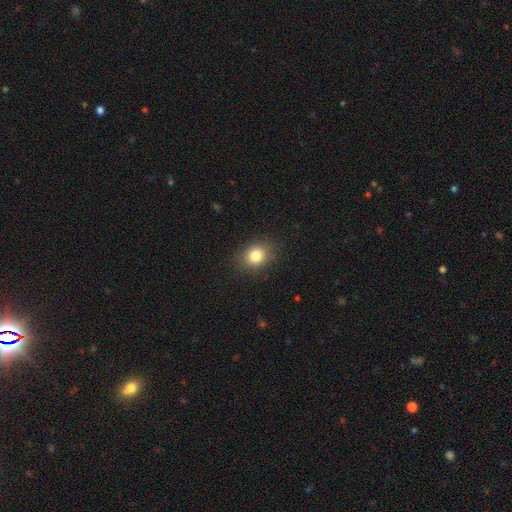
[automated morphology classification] type=smooth (81%); roundness=round (53%); merging=none (86%).